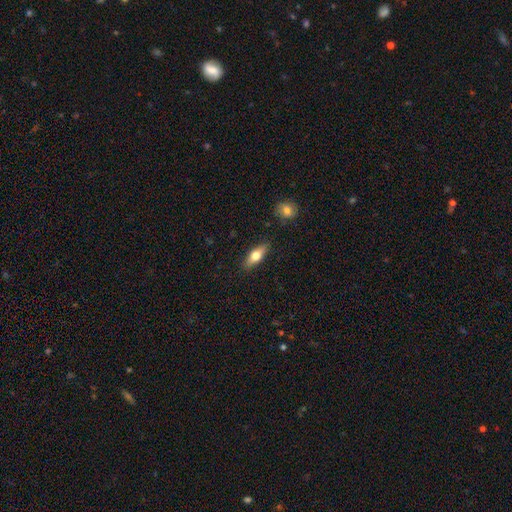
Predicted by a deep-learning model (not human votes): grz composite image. It shows a smooth galaxy with no disk features (57%) that is in between round and cigar-shaped (58%). Merging: none (86%).